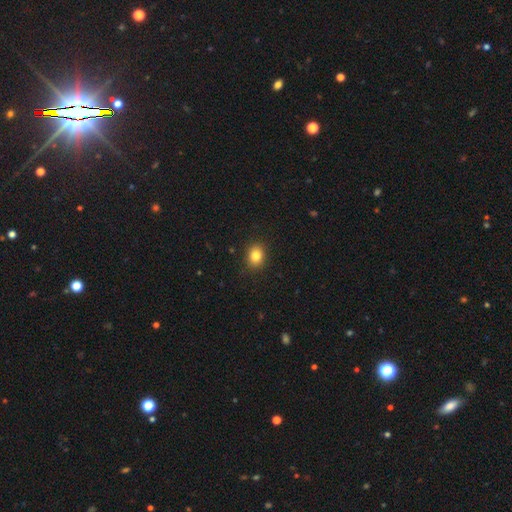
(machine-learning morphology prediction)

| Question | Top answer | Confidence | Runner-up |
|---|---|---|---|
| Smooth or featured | smooth | 83% | star or artifact (11%) |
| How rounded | round | 53% | in between (46%) |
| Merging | none | 90% | minor disturbance (8%) |